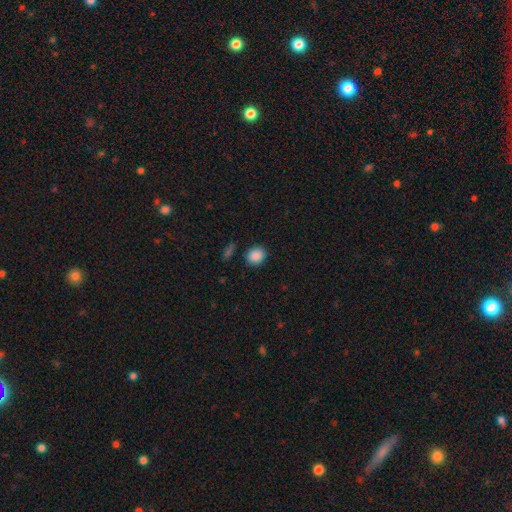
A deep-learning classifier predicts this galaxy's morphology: smooth 88%, star or artifact 9%, featured or disk 3%. Down the decision tree: how rounded — round (67%); merging — none (86%).